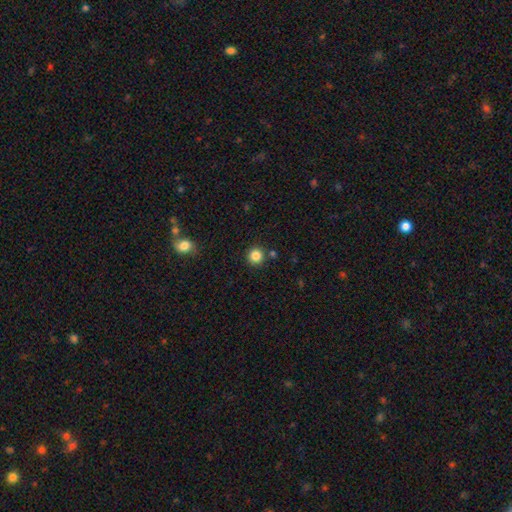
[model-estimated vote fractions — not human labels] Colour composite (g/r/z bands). It shows a smooth galaxy with no disk features (85%) that is round (95%). Merging: none (87%).